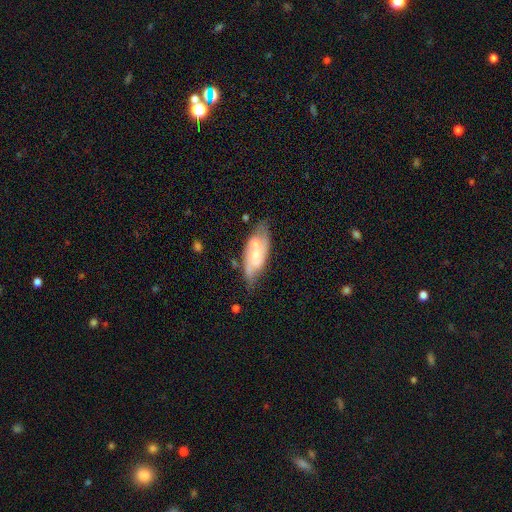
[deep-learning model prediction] The model was most divided on "bar" (2-way tie): no: 42%, weak: 42%, strong: 16%. Remaining: edge-on disk — no (89%); spiral arms — yes (84%); smooth or featured — featured or disk (65%); merging — none (55%); bulge size — small (46%).